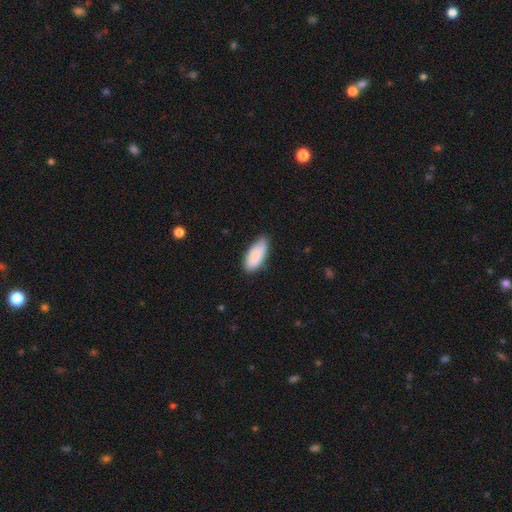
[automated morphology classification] Smooth or featured: smooth — 88% (featured or disk — 6%)
How rounded: in between — 87% (cigar-shaped — 11%)
Merging: none — 76% (minor disturbance — 20%)